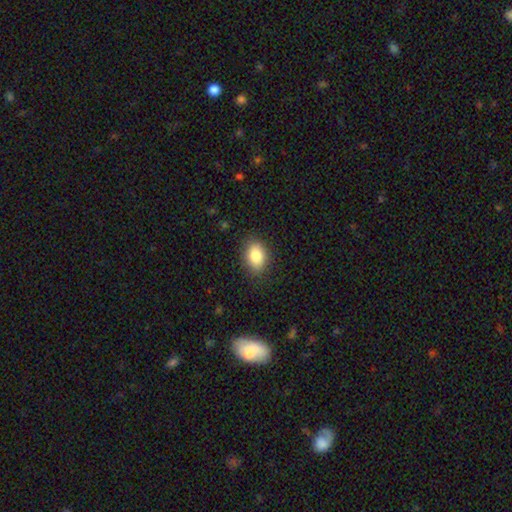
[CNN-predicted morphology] A smooth galaxy with no disk features (85%) that is in between round and cigar-shaped (78%).

Vote fractions:
- Smooth or featured? smooth: 85% / star or artifact: 8% / featured or disk: 7%
- How rounded? in between: 78% / round: 20% / cigar-shaped: 1%
- Merging? none: 86% / minor disturbance: 11% / major disturbance: 3% / merger: 1%